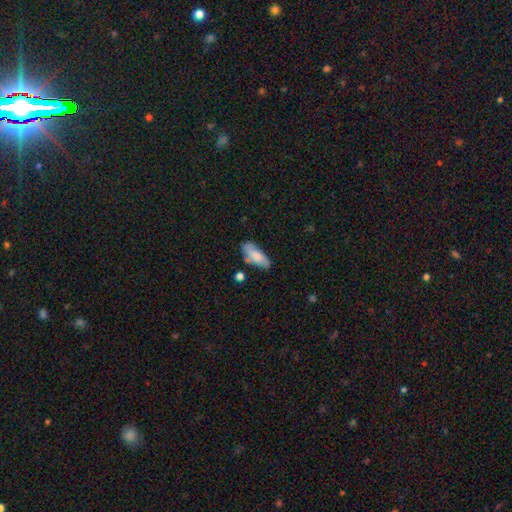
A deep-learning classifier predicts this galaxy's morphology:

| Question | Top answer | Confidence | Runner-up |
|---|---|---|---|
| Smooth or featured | smooth | 74% | featured or disk (19%) |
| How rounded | in between | 76% | cigar-shaped (22%) |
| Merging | none | 63% | minor disturbance (24%) |